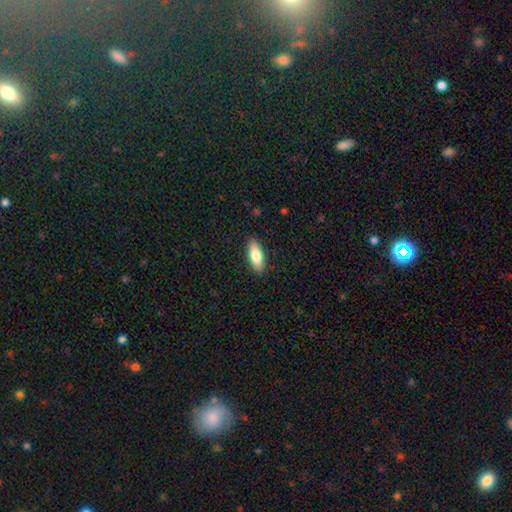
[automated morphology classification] Smooth or featured? smooth (78%)
How rounded? in between (74%)
Merging? none (88%)